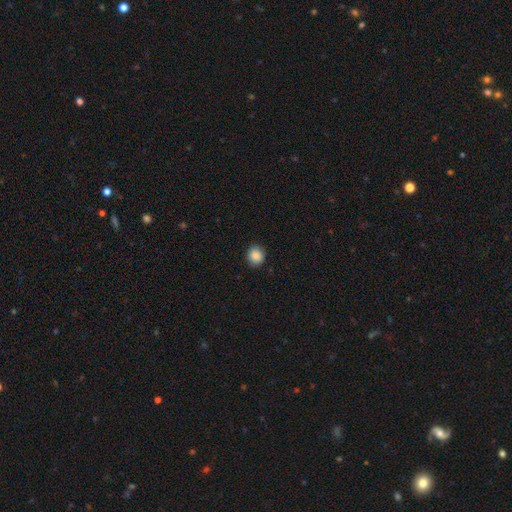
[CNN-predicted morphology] Overall: smooth (88%). How rounded: round (76%). Merging: none (89%).